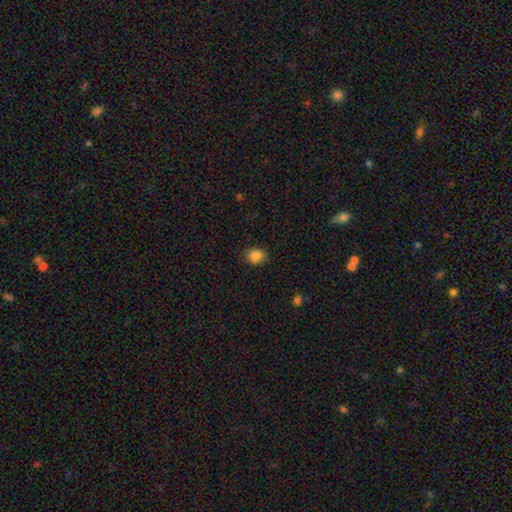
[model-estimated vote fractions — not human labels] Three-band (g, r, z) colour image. It shows a smooth galaxy with no disk features (86%) that is round (59%). Merging: none (83%).